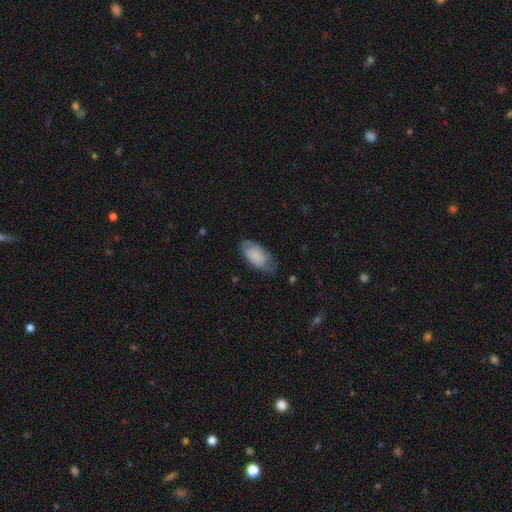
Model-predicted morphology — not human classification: Smooth or featured? smooth (74%)
How rounded? in between (94%)
Merging? none (54%)